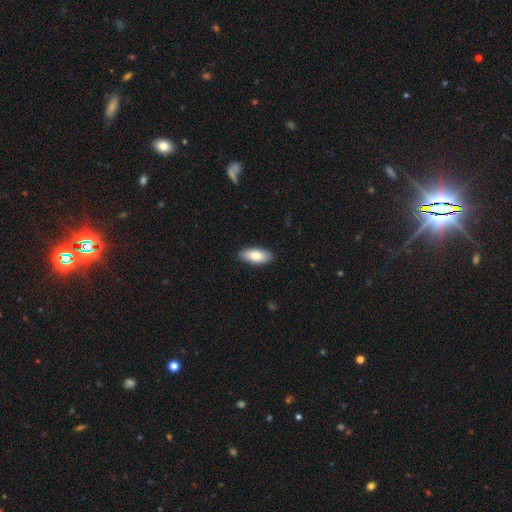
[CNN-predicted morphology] Smooth or featured? Predicted: smooth (p=0.79). How rounded? Predicted: in between (p=0.86). Merging? Predicted: none (p=0.88).